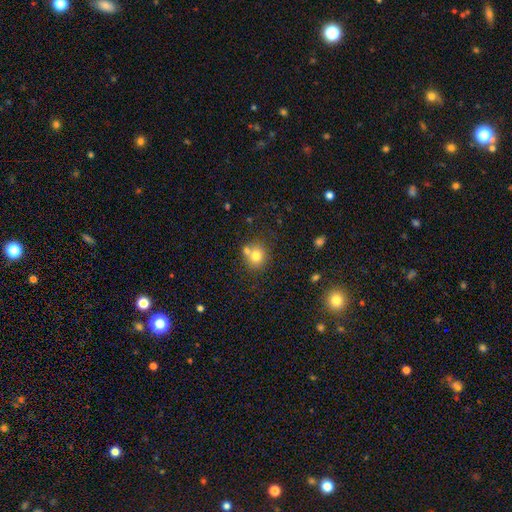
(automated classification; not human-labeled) Smooth or featured? smooth (74%)
How rounded? round (80%)
Merging? none (58%)